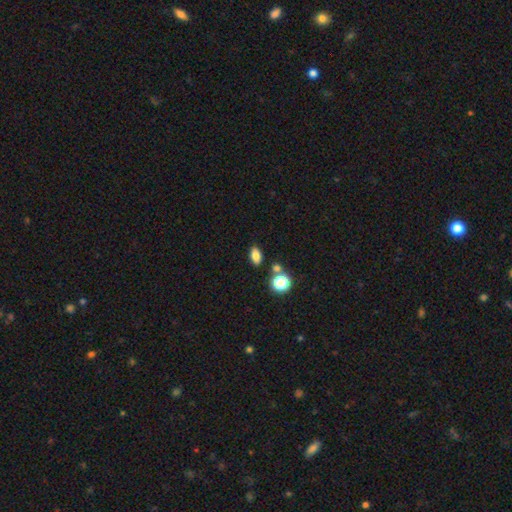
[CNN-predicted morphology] Smooth or featured?
  - smooth: 80% *
  - star or artifact: 12%
  - featured or disk: 8%
How rounded?
  - in between: 82% *
  - round: 13%
  - cigar-shaped: 4%
Merging?
  - none: 81% *
  - minor disturbance: 9%
  - merger: 7%
  - major disturbance: 3%